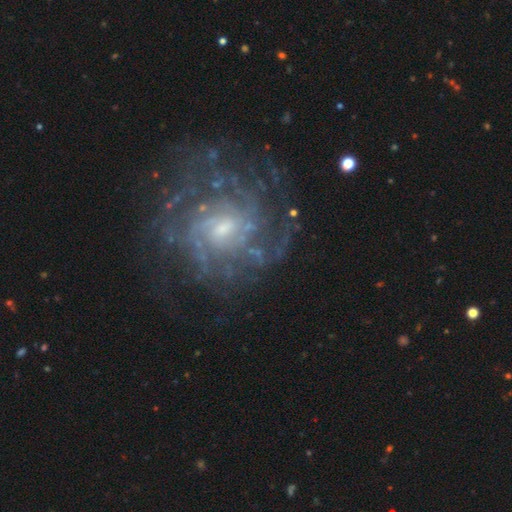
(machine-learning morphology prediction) A featured or disk galaxy (84%) with no bar (50%), tight (62%) spiral arms (91%) and a small central bulge (56%).

Vote fractions:
- Smooth or featured? featured or disk: 84% / star or artifact: 9% / smooth: 7%
- Edge-on disk? no: 97% / yes: 3%
- Bar? no: 50% / weak: 43% / strong: 7%
- Spiral arms? yes: 91% / no: 9%
- Spiral winding? tight: 62% / medium: 29% / loose: 9%
- Spiral arm count? can't tell: 45% / 4: 15% / more than 4: 14% / 3: 10% / 2: 10% / 1: 6%
- Bulge size? small: 56% / moderate: 35% / none: 5% / large: 3% / dominant: 1%
- Merging? none: 72% / minor disturbance: 15% / major disturbance: 12% / merger: 2%